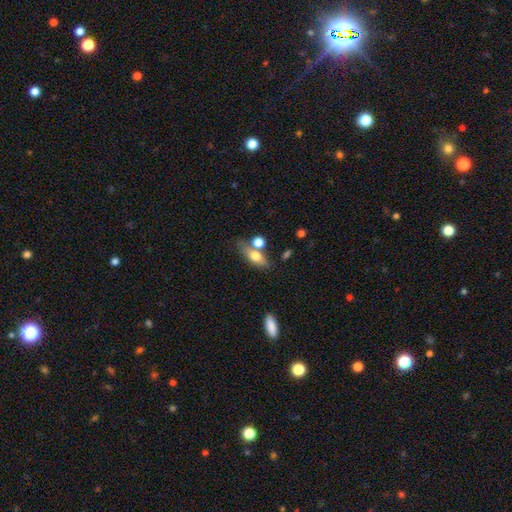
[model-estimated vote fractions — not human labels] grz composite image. It shows a smooth galaxy with no disk features (66%) that is in between round and cigar-shaped (66%). Merging: none (54%).